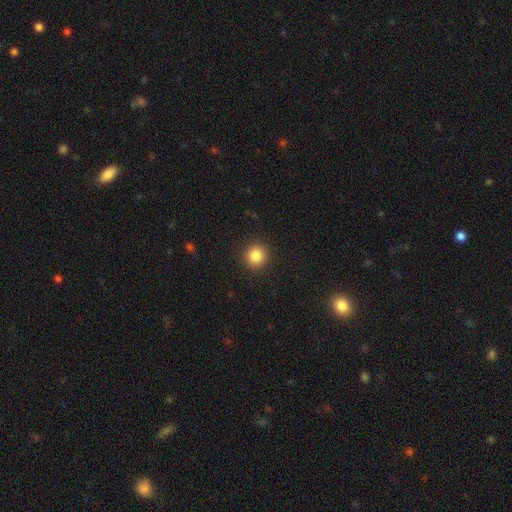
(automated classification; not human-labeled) A smooth galaxy with no disk features (85%) that is round (94%).

Vote fractions:
- Smooth or featured? smooth: 85% / star or artifact: 10% / featured or disk: 4%
- How rounded? round: 94% / in between: 5% / cigar-shaped: 1%
- Merging? none: 92% / minor disturbance: 5% / major disturbance: 2% / merger: 1%